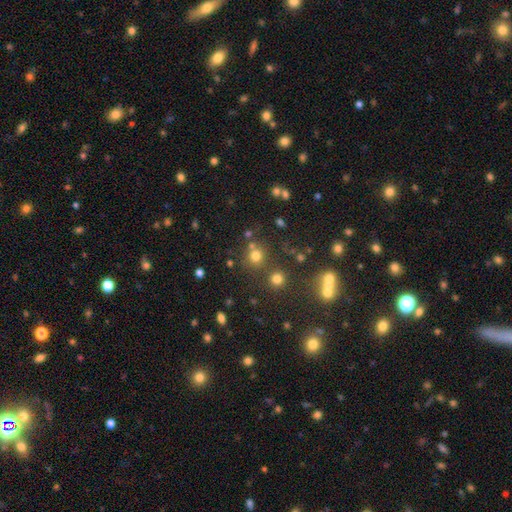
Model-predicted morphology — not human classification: Overall: smooth (69%). How rounded: round (87%). Merging: none (70%).